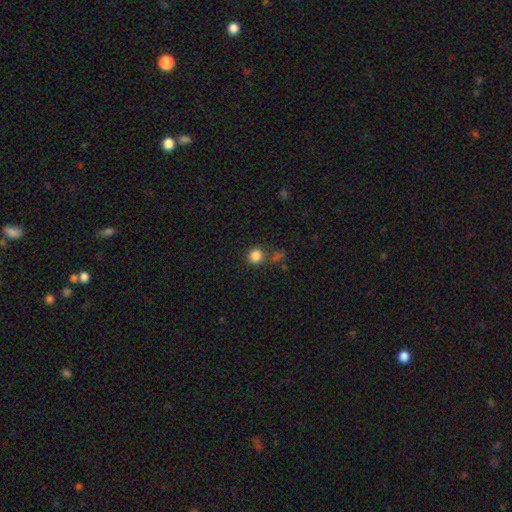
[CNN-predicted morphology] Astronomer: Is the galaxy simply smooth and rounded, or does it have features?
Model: smooth — 83%.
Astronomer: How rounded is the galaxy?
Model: round — 92%.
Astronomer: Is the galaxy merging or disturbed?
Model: none — 77%.